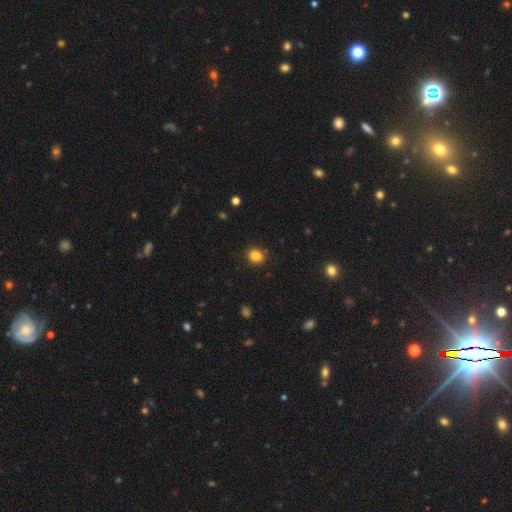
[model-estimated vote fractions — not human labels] Overall: smooth (85%). How rounded: round (67%; in between 32%). Merging: none (83%).